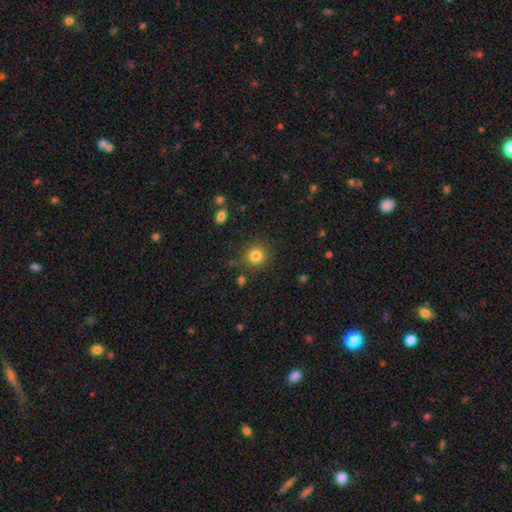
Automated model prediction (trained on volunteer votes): Smooth or featured: smooth — 83% (star or artifact — 12%)
How rounded: round — 91% (in between — 8%)
Merging: none — 87% (minor disturbance — 7%)